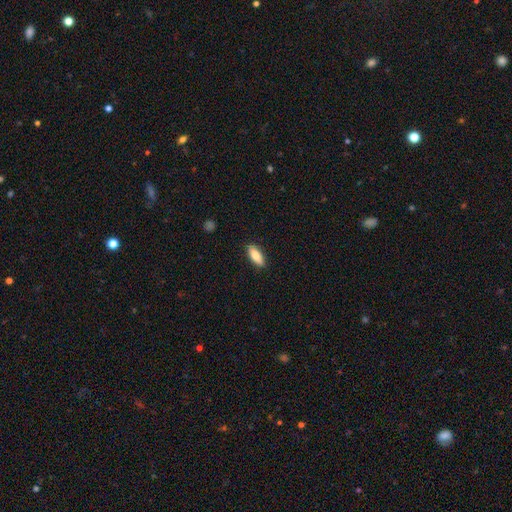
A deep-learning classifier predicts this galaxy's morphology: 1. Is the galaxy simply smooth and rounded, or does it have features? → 80% smooth, 14% featured or disk, 6% star or artifact.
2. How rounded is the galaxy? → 70% in between, 28% cigar-shaped, 2% round.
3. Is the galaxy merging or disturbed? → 89% none, 8% minor disturbance, 2% major disturbance, 1% merger.